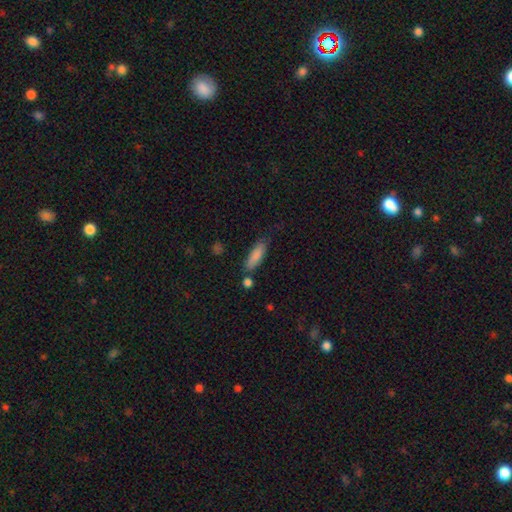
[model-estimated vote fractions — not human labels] smooth_or_featured: smooth (p=0.84) [alt: featured or disk p=0.09]
how_rounded: cigar-shaped (p=0.50) [alt: in between p=0.48]
merging: none (p=0.66) [alt: minor disturbance p=0.20]